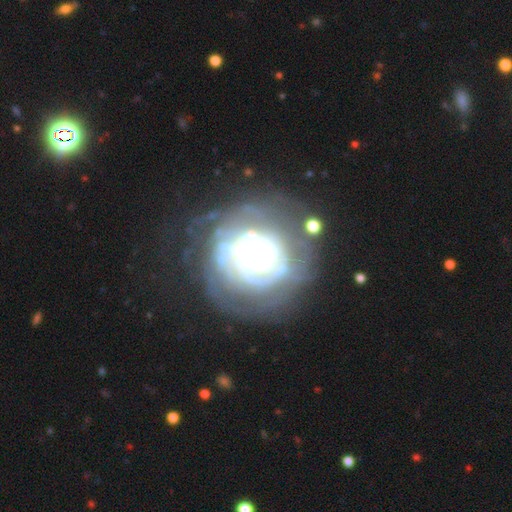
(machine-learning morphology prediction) Smooth or featured: featured or disk — 75% (smooth — 14%)
Edge-on disk: no — 97% (yes — 3%)
Bar: no — 69% (weak — 17%)
Spiral arms: yes — 68% (no — 32%)
Bulge size: large — 49% (dominant — 23%)
Merging: none — 48% (major disturbance — 27%)